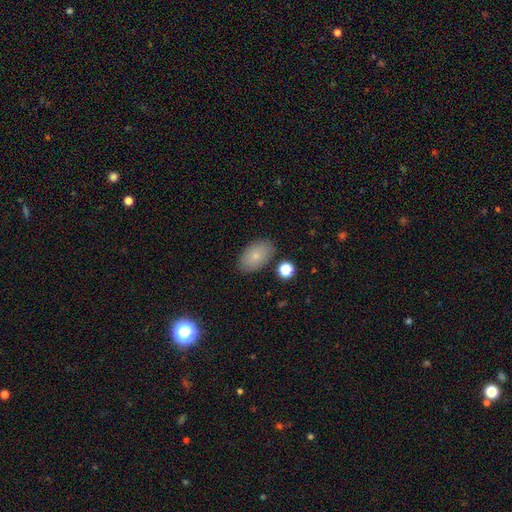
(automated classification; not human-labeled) A smooth galaxy with no disk features (79%) that is in between round and cigar-shaped (93%). Merging: none (83%).